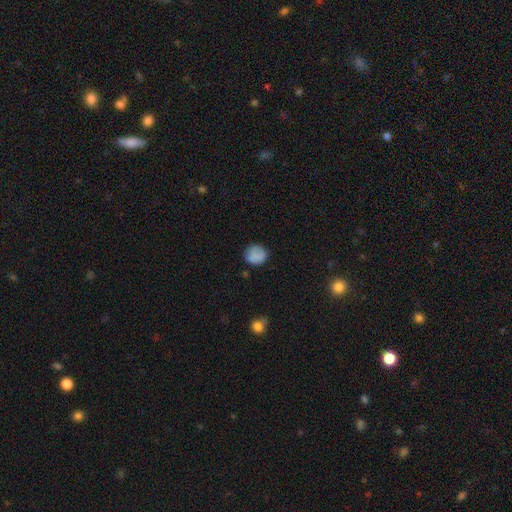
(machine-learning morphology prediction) smooth-or-featured: smooth: 82% | featured or disk: 9% | star or artifact: 9%
  how-rounded: round: 79% | in between: 20% | cigar-shaped: 1%
  merging: none: 76% | minor disturbance: 18% | major disturbance: 4% | merger: 2%